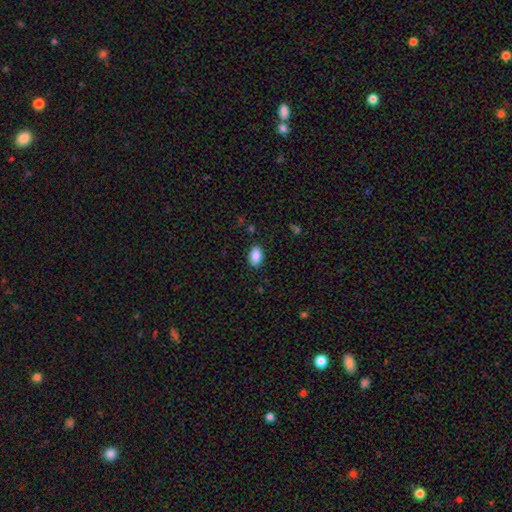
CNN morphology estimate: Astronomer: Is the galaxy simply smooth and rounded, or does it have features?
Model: smooth — 88%.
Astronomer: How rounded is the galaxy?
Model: in between — 91%.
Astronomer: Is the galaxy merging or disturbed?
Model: none — 87%.